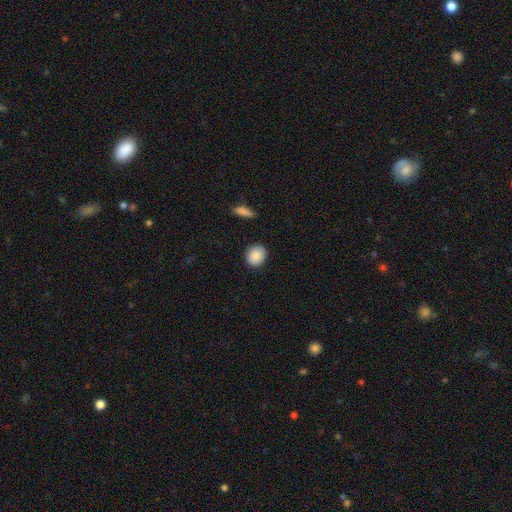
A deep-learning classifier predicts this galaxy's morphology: Q: Smooth or featured?
A: smooth (88%); runner-up: star or artifact (7%)
Q: How rounded?
A: round (66%); runner-up: in between (33%)
Q: Merging?
A: none (89%); runner-up: minor disturbance (8%)